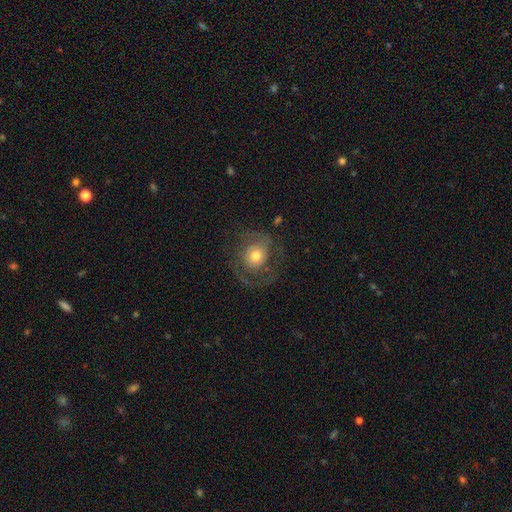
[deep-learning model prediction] Smooth or featured?
  - featured or disk: 60% *
  - smooth: 32%
  - star or artifact: 8%
Edge-on disk?
  - no: 97% *
  - yes: 3%
Bar?
  - no: 80% *
  - weak: 17%
  - strong: 4%
Spiral arms?
  - yes: 77% *
  - no: 23%
Bulge size?
  - moderate: 69% *
  - large: 16%
  - small: 12%
  - dominant: 2%
  - none: 1%
Merging?
  - none: 56% *
  - major disturbance: 23%
  - minor disturbance: 19%
  - merger: 2%